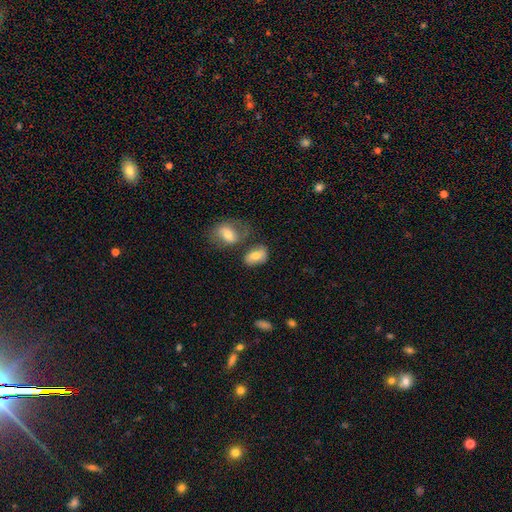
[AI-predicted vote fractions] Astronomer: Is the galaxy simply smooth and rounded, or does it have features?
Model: smooth — 71%.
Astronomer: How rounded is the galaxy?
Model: in between — 87%.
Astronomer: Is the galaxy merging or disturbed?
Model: none — 56%.